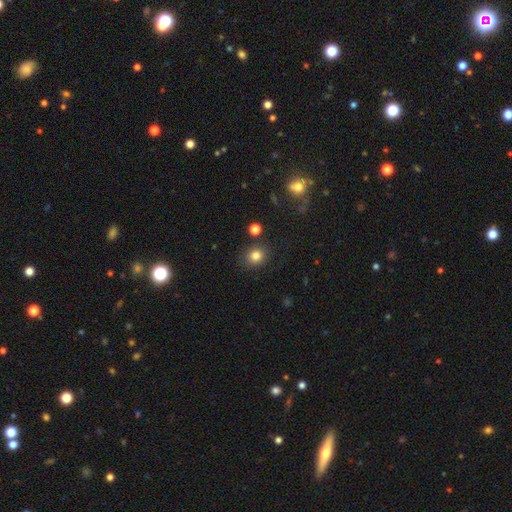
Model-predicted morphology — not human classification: Smooth or featured: smooth — 81% (star or artifact — 13%)
How rounded: round — 76% (in between — 23%)
Merging: none — 84% (minor disturbance — 9%)